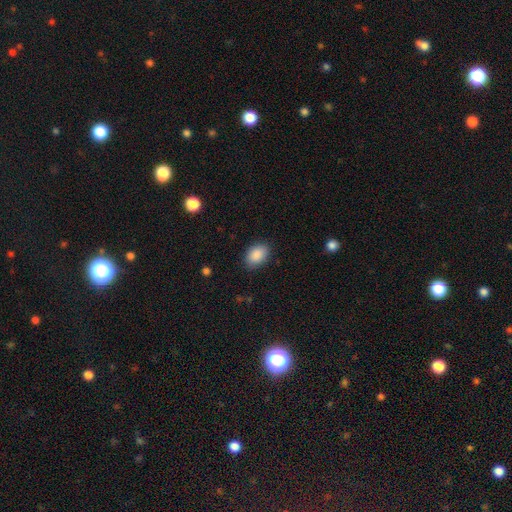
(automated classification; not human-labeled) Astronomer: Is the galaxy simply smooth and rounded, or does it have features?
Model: smooth — 89%.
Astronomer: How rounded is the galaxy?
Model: in between — 86%.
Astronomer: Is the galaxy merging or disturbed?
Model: none — 86%.